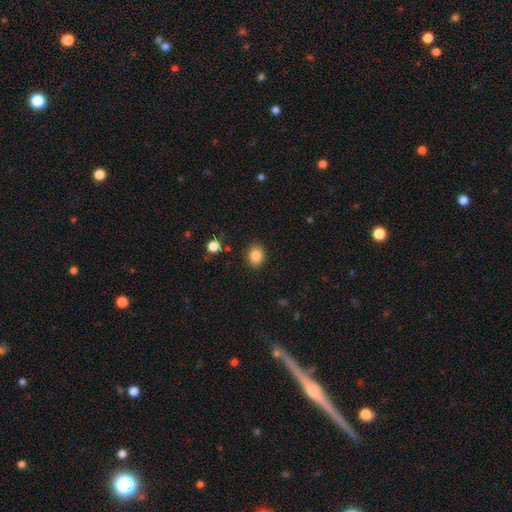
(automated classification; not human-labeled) Overall: smooth (85%). How rounded: round (56%; in between 43%). Merging: none (87%).